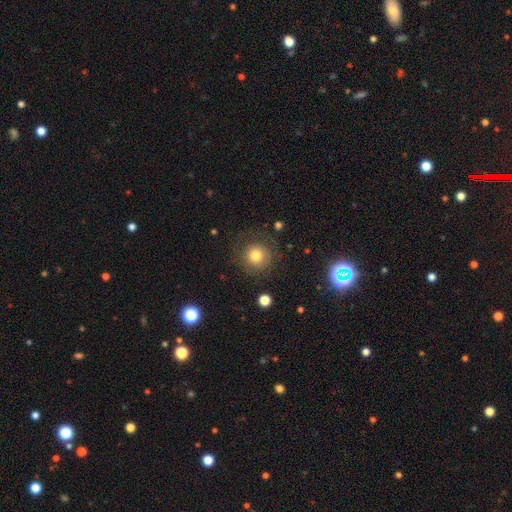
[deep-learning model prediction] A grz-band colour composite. It shows a smooth galaxy with no disk features (70%) that is round (93%). Merging: none (77%).